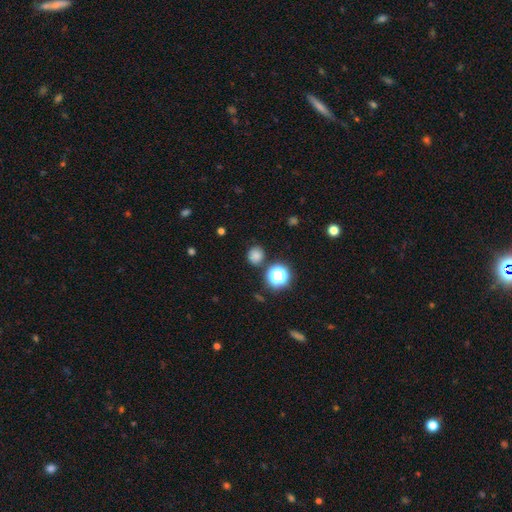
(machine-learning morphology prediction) A smooth galaxy with no disk features (76%) that is round (87%).

Vote fractions:
- Smooth or featured? smooth: 76% / star or artifact: 18% / featured or disk: 6%
- How rounded? round: 87% / in between: 12% / cigar-shaped: 1%
- Merging? none: 82% / minor disturbance: 10% / merger: 4% / major disturbance: 3%